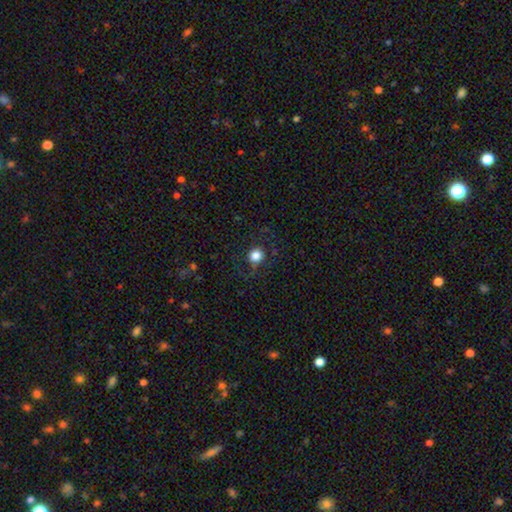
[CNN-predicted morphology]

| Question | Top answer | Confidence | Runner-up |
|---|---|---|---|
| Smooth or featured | smooth | 83% | star or artifact (12%) |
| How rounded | round | 87% | in between (12%) |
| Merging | none | 81% | minor disturbance (12%) |